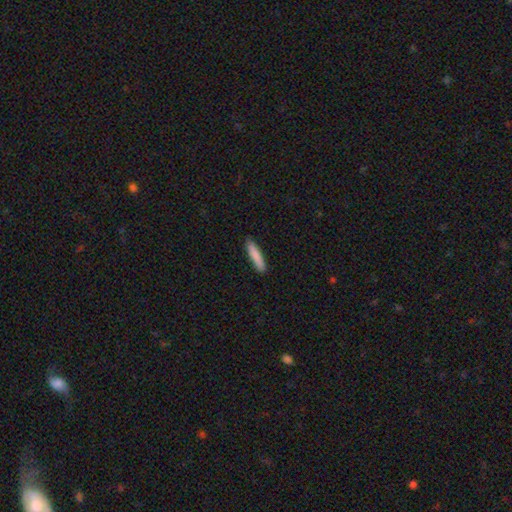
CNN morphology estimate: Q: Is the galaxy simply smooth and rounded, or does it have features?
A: smooth — 86%.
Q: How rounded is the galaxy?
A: cigar-shaped — 86%.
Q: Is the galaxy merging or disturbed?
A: none — 87%.